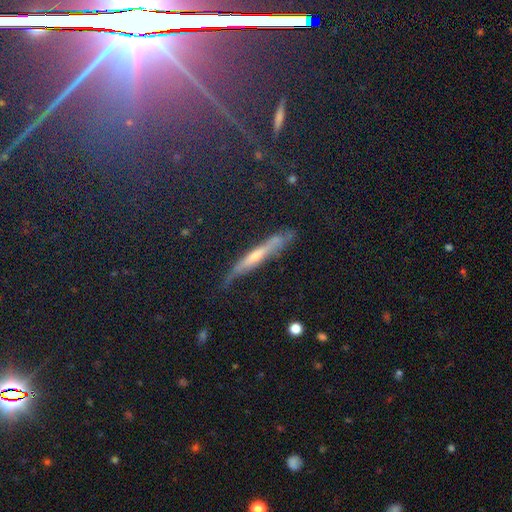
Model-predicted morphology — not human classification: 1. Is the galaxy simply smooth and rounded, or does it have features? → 44% featured or disk, 34% smooth, 22% star or artifact.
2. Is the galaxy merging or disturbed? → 70% none, 21% minor disturbance, 6% major disturbance, 3% merger.